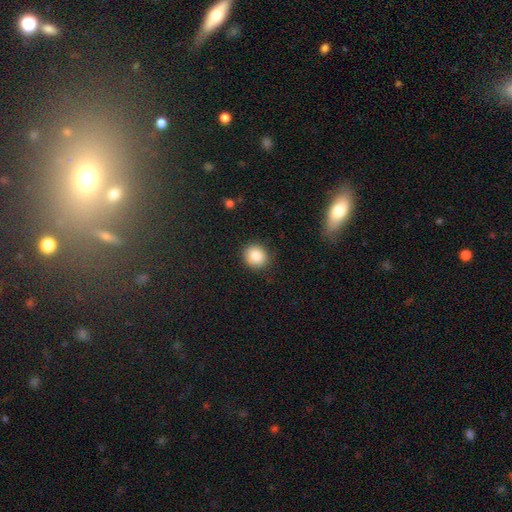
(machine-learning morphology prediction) A smooth galaxy with no disk features (86%) that is round (85%). Merging: none (89%).